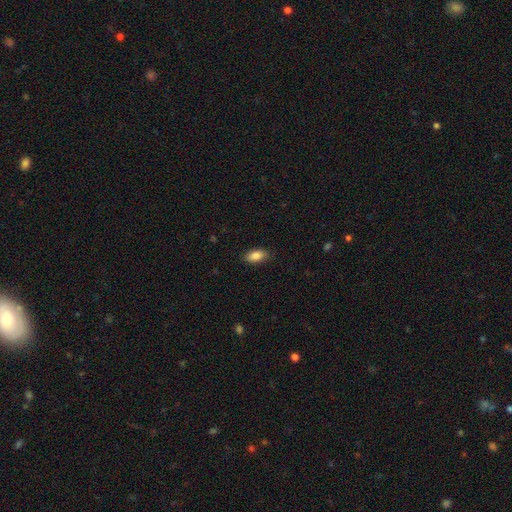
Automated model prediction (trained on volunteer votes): Smooth or featured: smooth — 86% (featured or disk — 7%)
How rounded: in between — 91% (cigar-shaped — 6%)
Merging: none — 87% (minor disturbance — 10%)